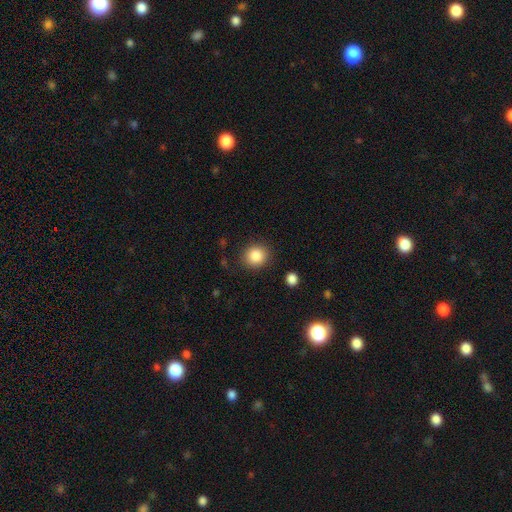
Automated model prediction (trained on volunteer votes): A smooth galaxy with no disk features (86%) that is round (87%).

Vote fractions:
- Smooth or featured? smooth: 86% / star or artifact: 9% / featured or disk: 5%
- How rounded? round: 87% / in between: 12% / cigar-shaped: 1%
- Merging? none: 88% / minor disturbance: 8% / major disturbance: 3% / merger: 2%